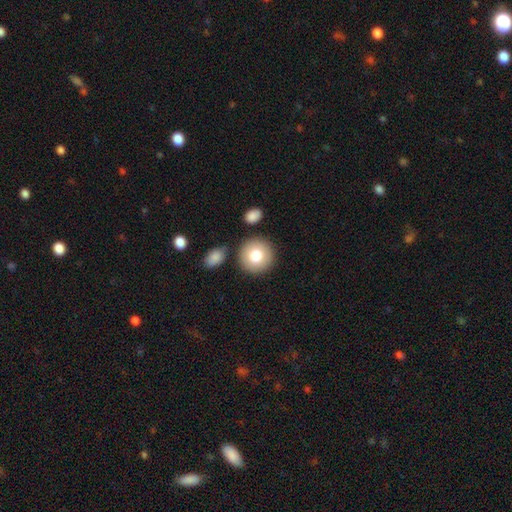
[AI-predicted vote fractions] Q: Smooth or featured?
A: smooth (79%); runner-up: featured or disk (13%)
Q: How rounded?
A: round (92%); runner-up: in between (7%)
Q: Merging?
A: none (82%); runner-up: minor disturbance (8%)